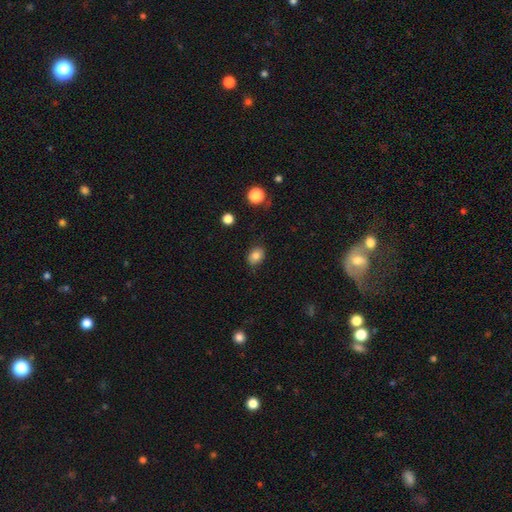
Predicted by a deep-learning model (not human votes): Smooth or featured?
  - smooth: 82% *
  - star or artifact: 10%
  - featured or disk: 8%
How rounded?
  - in between: 66% *
  - round: 32%
  - cigar-shaped: 1%
Merging?
  - none: 81% *
  - minor disturbance: 15%
  - major disturbance: 3%
  - merger: 2%